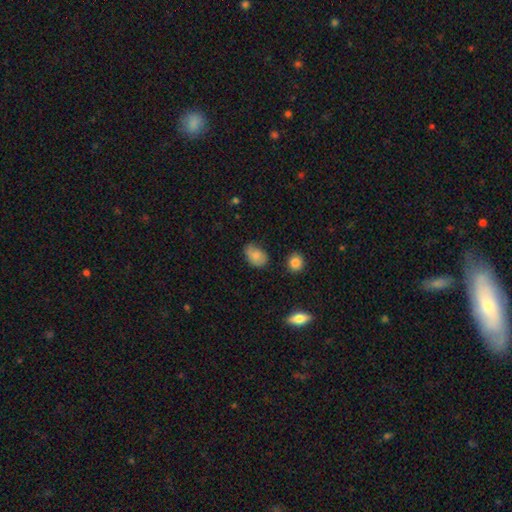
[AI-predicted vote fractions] Morphology: type=smooth (78%); roundness=in between (80%); merging=none (52%).